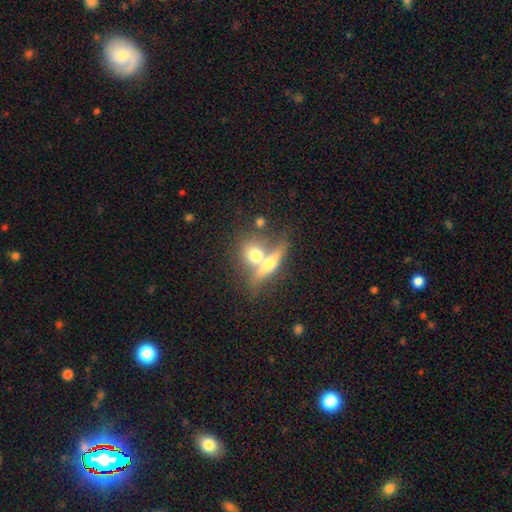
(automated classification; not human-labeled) Q: Smooth or featured?
A: smooth (58%); runner-up: featured or disk (34%)
Q: How rounded?
A: round (49%); runner-up: in between (35%)
Q: Merging?
A: merger (58%); runner-up: none (29%)